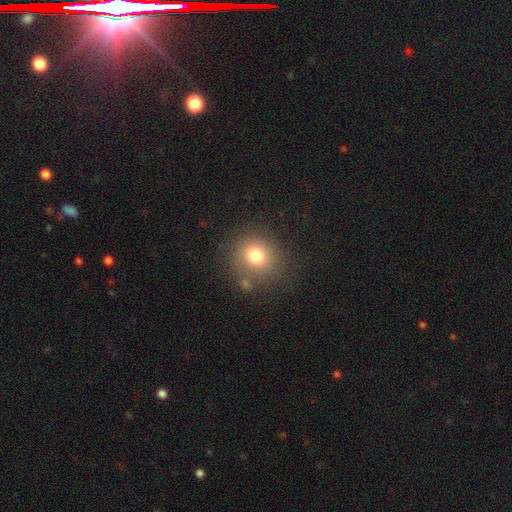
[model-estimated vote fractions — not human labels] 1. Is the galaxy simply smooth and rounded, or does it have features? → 76% smooth, 14% star or artifact, 10% featured or disk.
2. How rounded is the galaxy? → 86% round, 13% in between, 1% cigar-shaped.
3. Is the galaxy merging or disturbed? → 76% none, 12% minor disturbance, 6% major disturbance, 5% merger.